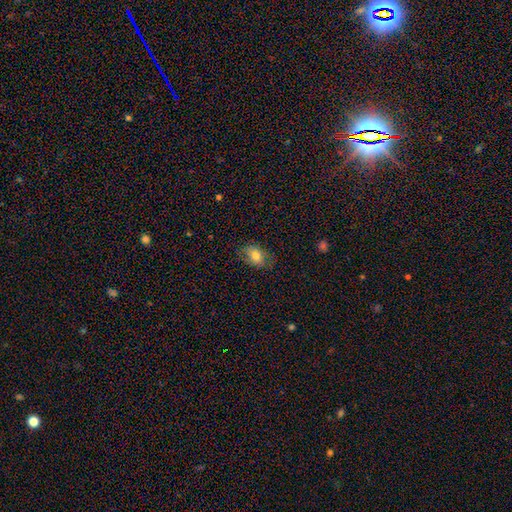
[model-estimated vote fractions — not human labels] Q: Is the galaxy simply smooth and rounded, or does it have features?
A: smooth — 76%.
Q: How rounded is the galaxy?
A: in between — 79%.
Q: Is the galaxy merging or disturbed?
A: none — 73%.